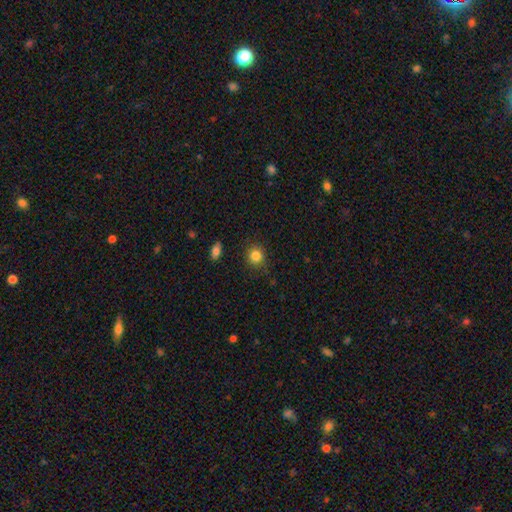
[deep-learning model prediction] A smooth galaxy with no disk features (85%) that is round (85%). Merging: none (86%).